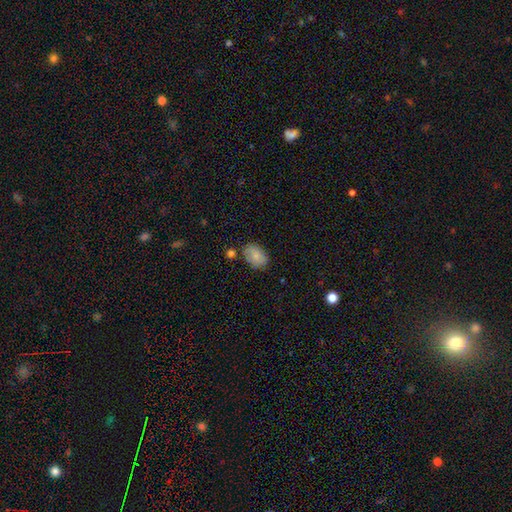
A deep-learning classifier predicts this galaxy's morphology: This is likely a smooth galaxy (79%). How rounded: clearly in between (83%). Merging: likely none (71%).